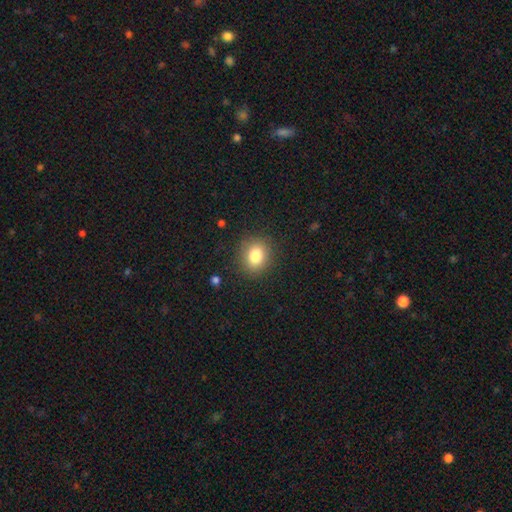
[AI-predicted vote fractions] Smooth or featured? Predicted: smooth (p=0.82). How rounded? Predicted: round (p=0.69). Merging? Predicted: none (p=0.87).